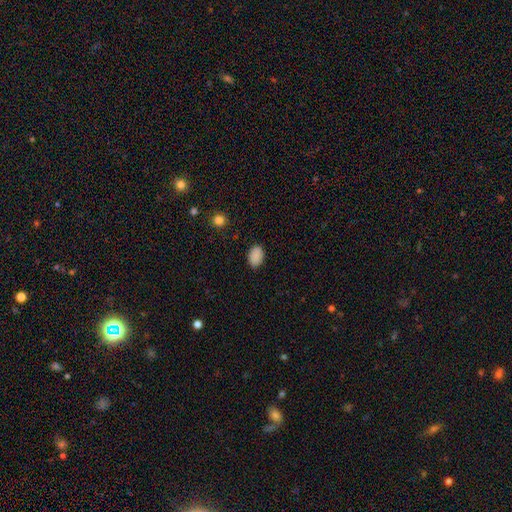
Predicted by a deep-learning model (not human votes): smooth-or-featured: smooth: 88% | star or artifact: 8% | featured or disk: 3%
  how-rounded: in between: 87% | round: 12% | cigar-shaped: 1%
  merging: none: 85% | minor disturbance: 11% | major disturbance: 2% | merger: 1%